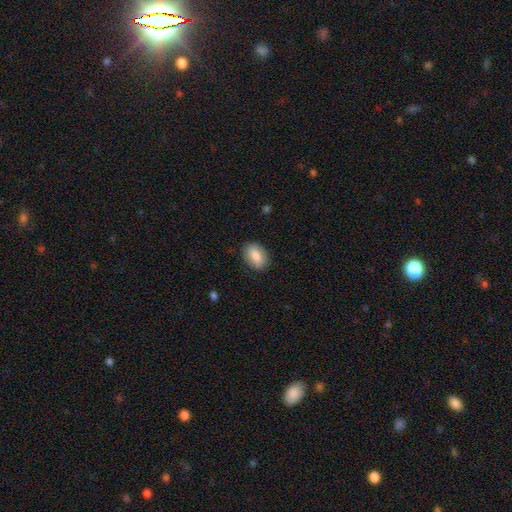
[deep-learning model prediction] The model was most divided on "how rounded": in between: 85%, round: 14%, cigar-shaped: 1%. More confident: merging — none (86%); smooth or featured — smooth (85%).